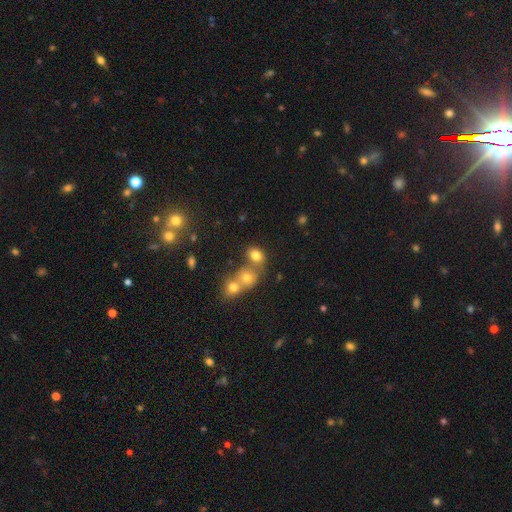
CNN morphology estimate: Smooth or featured? Predicted: smooth (p=0.76). How rounded? Predicted: in between (p=0.65). Merging? Predicted: none (p=0.48).